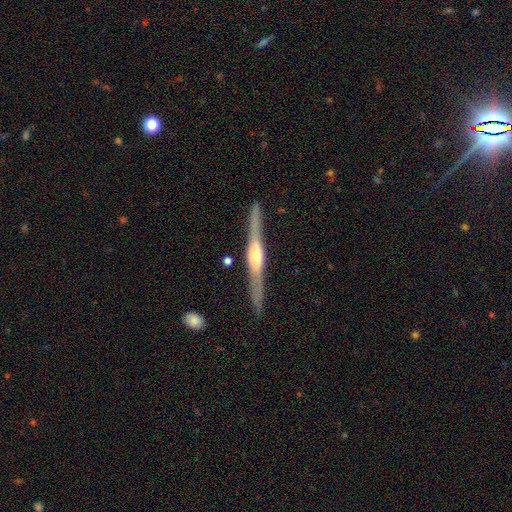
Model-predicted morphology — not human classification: smooth-or-featured: featured or disk: 83% | smooth: 12% | star or artifact: 5%
  disk-edge-on: yes: 98% | no: 2%
    edge-on-bulge: rounded: 81% | boxy: 14% | none: 5%
  merging: none: 88% | minor disturbance: 8% | major disturbance: 2% | merger: 1%